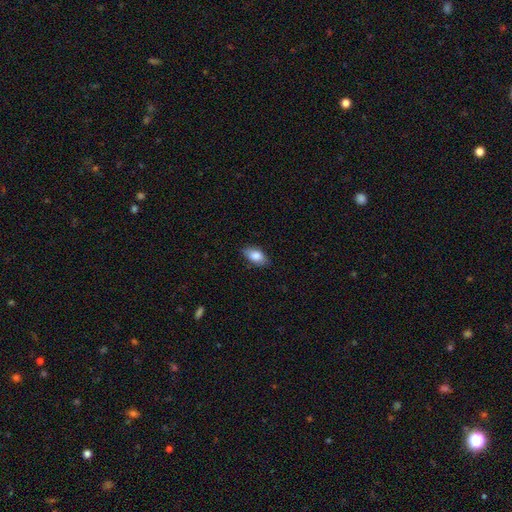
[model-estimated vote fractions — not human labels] Morphology: type=smooth (83%); roundness=in between (91%); merging=none (84%).